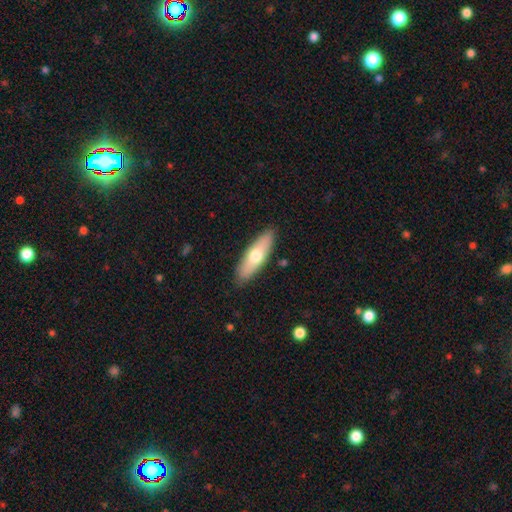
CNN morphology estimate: Smooth or featured?
  - smooth: 63% *
  - featured or disk: 32%
  - star or artifact: 6%
How rounded?
  - cigar-shaped: 49% *
  - in between: 48%
  - round: 2%
Merging?
  - none: 88% *
  - minor disturbance: 9%
  - major disturbance: 2%
  - merger: 1%